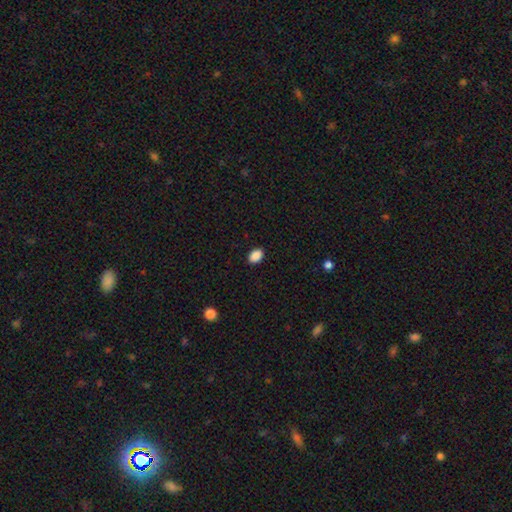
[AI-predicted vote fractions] Smooth or featured: smooth — 89% (star or artifact — 8%)
How rounded: in between — 82% (round — 17%)
Merging: none — 90% (minor disturbance — 7%)